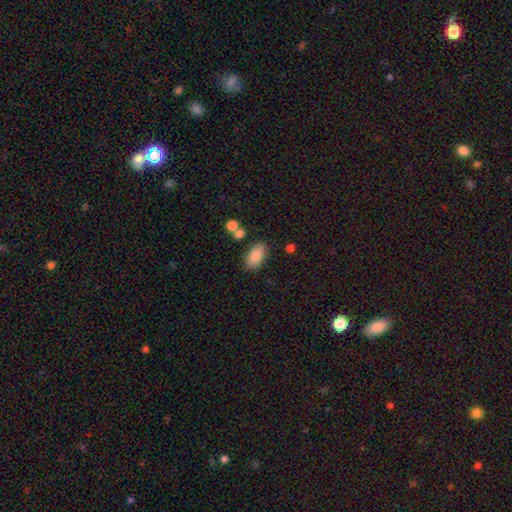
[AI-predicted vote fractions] Smooth or featured? Predicted: smooth (p=0.84). How rounded? Predicted: in between (p=0.92). Merging? Predicted: none (p=0.76).